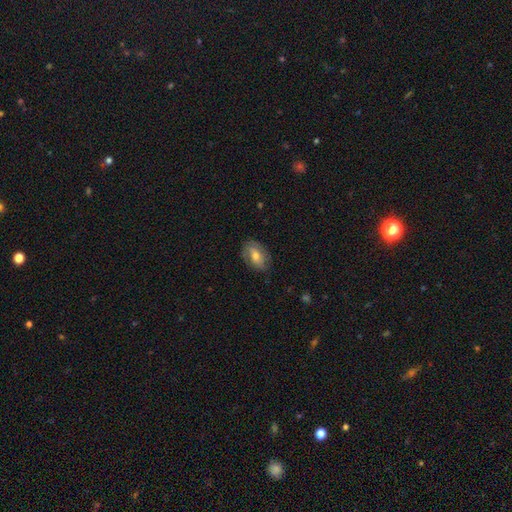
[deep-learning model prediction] This appears to be a smooth galaxy with no disk features (54%) that is in between round and cigar-shaped (84%). Merging: none (76%).